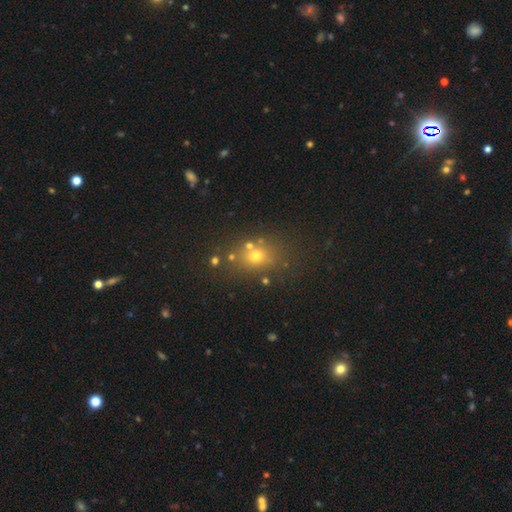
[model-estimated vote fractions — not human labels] smooth 65%, star or artifact 22%, featured or disk 14%. Down the decision tree: how rounded — round (50%); merging — none (70%).